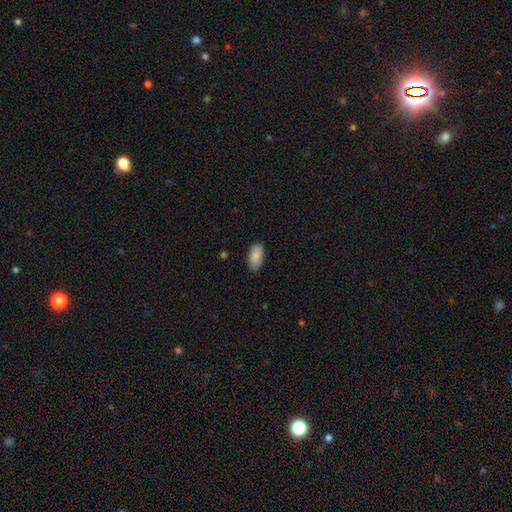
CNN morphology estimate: Smooth or featured? Predicted: smooth (p=0.87). How rounded? Predicted: in between (p=0.93). Merging? Predicted: none (p=0.84).